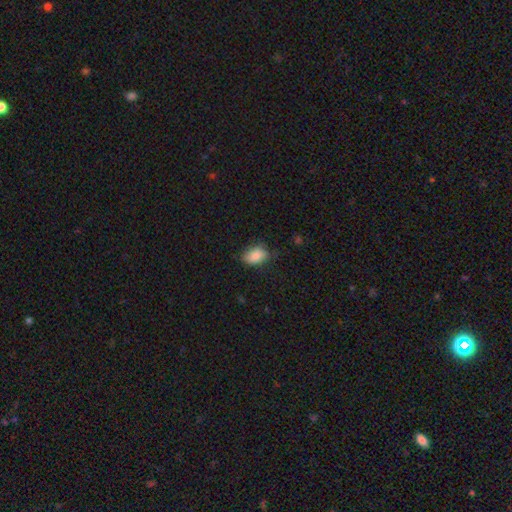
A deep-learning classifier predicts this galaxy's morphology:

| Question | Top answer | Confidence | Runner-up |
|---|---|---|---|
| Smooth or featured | smooth | 85% | featured or disk (8%) |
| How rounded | in between | 86% | round (12%) |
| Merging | none | 68% | minor disturbance (26%) |